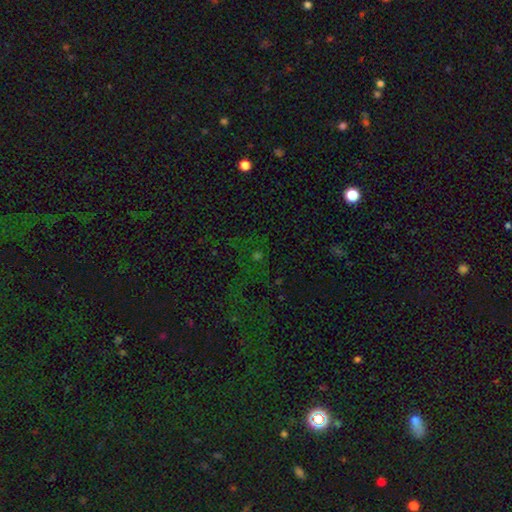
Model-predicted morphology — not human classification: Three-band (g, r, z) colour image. It shows a star or artifact, not a galaxy (67%).